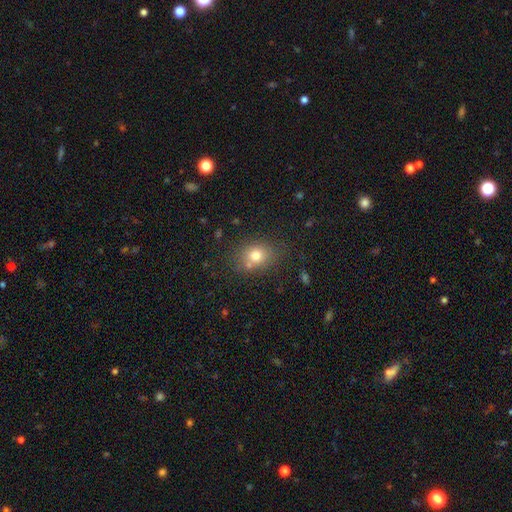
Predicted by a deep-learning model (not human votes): smooth_or_featured: smooth (p=0.75) [alt: star or artifact p=0.13]
how_rounded: round (p=0.56) [alt: in between p=0.43]
merging: none (p=0.69) [alt: minor disturbance p=0.14]